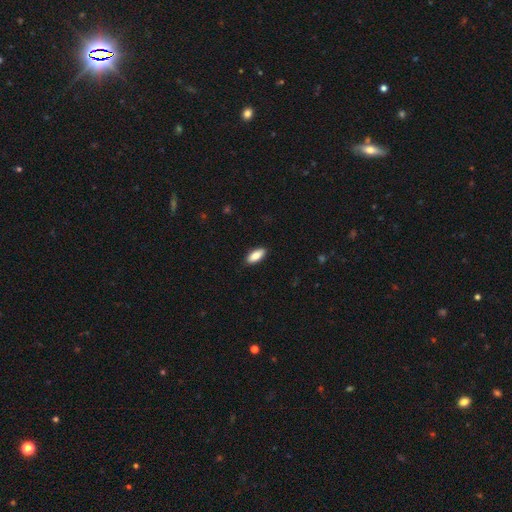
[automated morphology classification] Smooth or featured?
  - smooth: 85% *
  - featured or disk: 9%
  - star or artifact: 6%
How rounded?
  - in between: 81% *
  - cigar-shaped: 17%
  - round: 2%
Merging?
  - none: 89% *
  - minor disturbance: 8%
  - major disturbance: 2%
  - merger: 1%